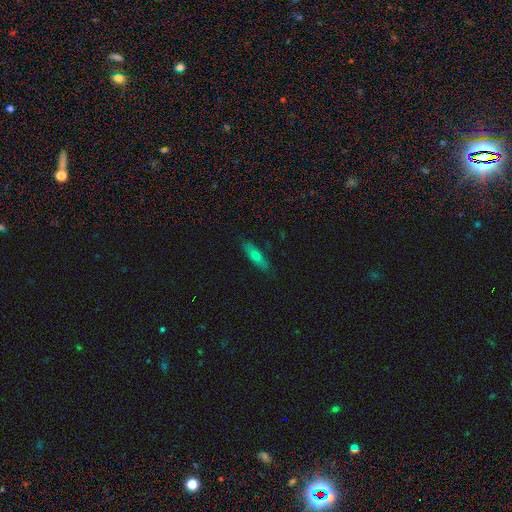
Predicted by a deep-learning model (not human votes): Smooth or featured: smooth — 64% (featured or disk — 29%)
How rounded: cigar-shaped — 59% (in between — 39%)
Merging: none — 85% (minor disturbance — 12%)